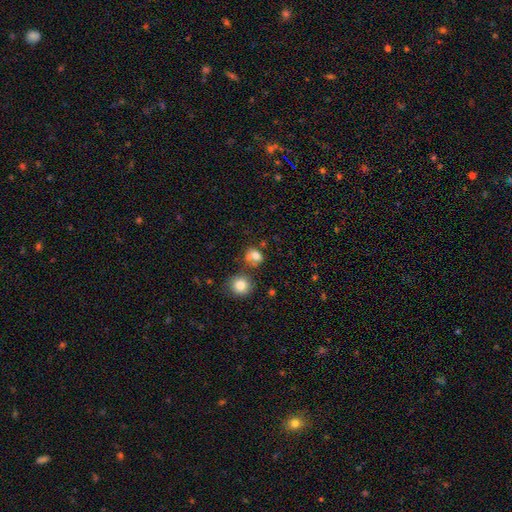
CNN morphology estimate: This appears to be a smooth galaxy with no disk features (77%) that is round (59%). Merging: none (51%).